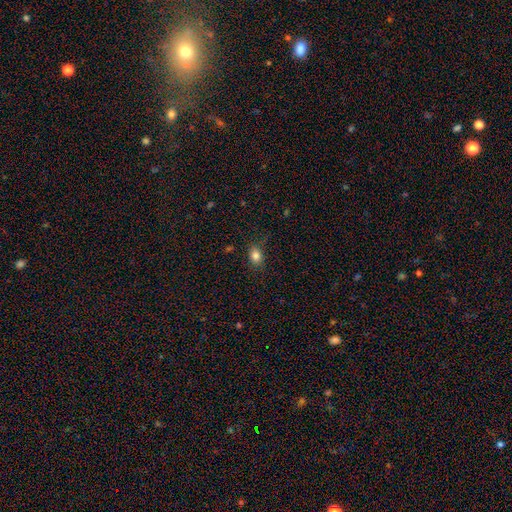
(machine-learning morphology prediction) smooth 83%, star or artifact 11%, featured or disk 6%. Down the decision tree: how rounded — in between (60%); merging — none (80%).